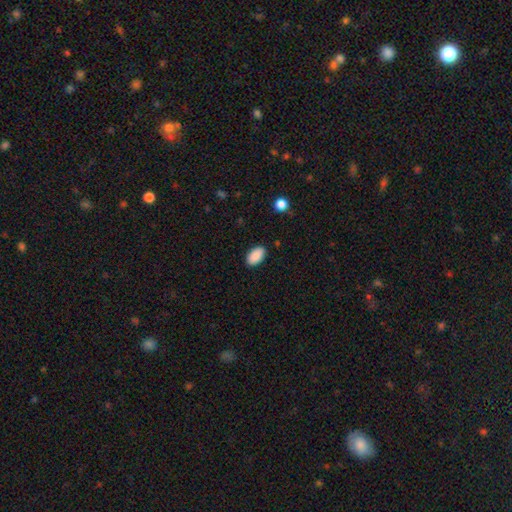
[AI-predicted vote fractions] This is clearly a smooth galaxy (90%). How rounded: clearly in between (94%). Merging: clearly none (88%).